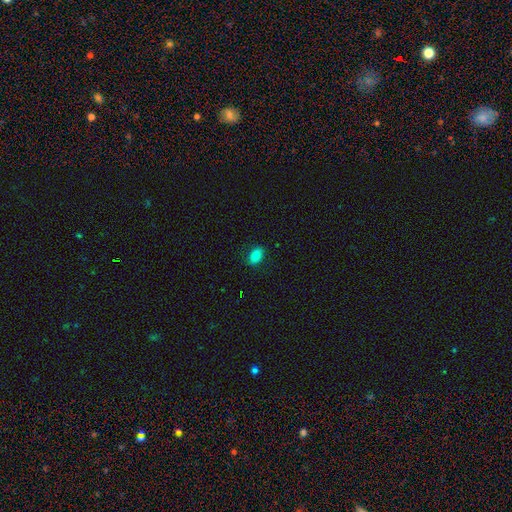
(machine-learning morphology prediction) smooth 81%, star or artifact 10%, featured or disk 9%. Down the decision tree: how rounded — in between (85%); merging — none (87%).